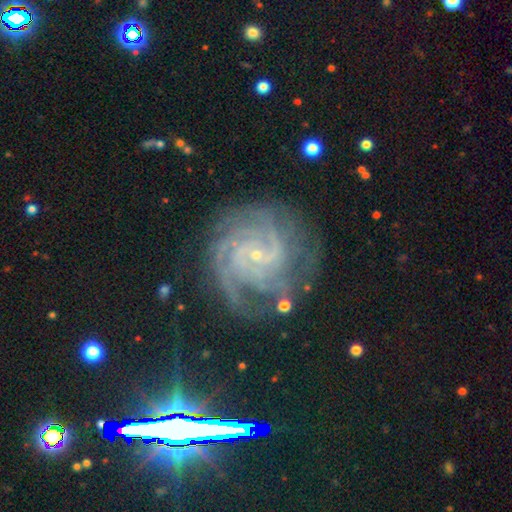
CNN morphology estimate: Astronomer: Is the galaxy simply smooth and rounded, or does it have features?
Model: featured or disk — 87%.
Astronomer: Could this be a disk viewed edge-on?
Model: no — 98%.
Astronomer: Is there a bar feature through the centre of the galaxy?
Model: no — 64%.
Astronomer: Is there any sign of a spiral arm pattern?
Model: yes — 98%.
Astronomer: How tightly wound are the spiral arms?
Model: tight — 67%.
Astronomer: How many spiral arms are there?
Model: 4 — 25% (runner-up: 3, 22%).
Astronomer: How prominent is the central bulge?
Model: small — 87%.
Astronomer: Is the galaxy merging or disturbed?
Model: none — 71%.